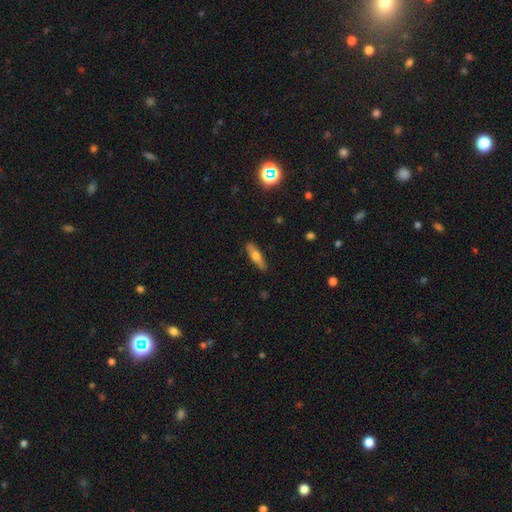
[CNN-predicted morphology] A smooth galaxy with no disk features (57%) that is cigar-shaped (68%).

Vote fractions:
- Smooth or featured? smooth: 57% / featured or disk: 36% / star or artifact: 7%
- How rounded? cigar-shaped: 68% / in between: 29% / round: 3%
- Merging? none: 87% / minor disturbance: 10% / major disturbance: 2% / merger: 1%